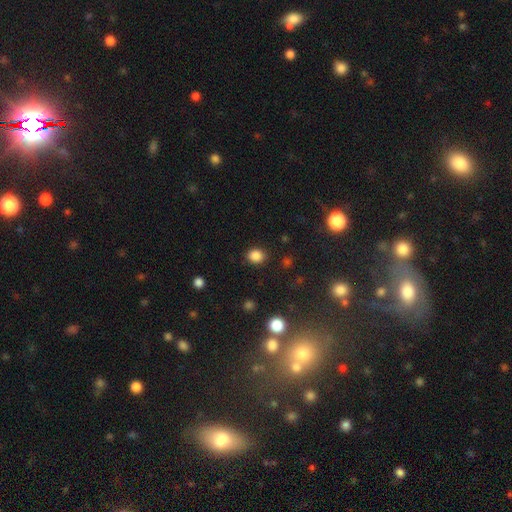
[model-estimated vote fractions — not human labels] Q: Smooth or featured?
A: smooth (85%); runner-up: star or artifact (11%)
Q: How rounded?
A: round (62%); runner-up: in between (37%)
Q: Merging?
A: none (87%); runner-up: minor disturbance (8%)